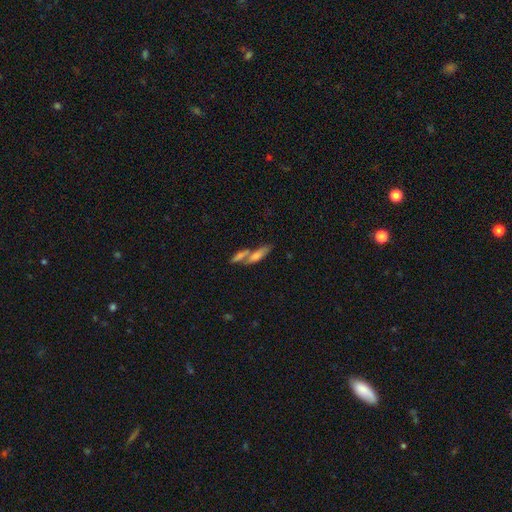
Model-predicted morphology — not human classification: Q: Smooth or featured?
A: smooth (55%); runner-up: featured or disk (35%)
Q: How rounded?
A: cigar-shaped (62%); runner-up: in between (34%)
Q: Merging?
A: merger (49%); runner-up: none (38%)